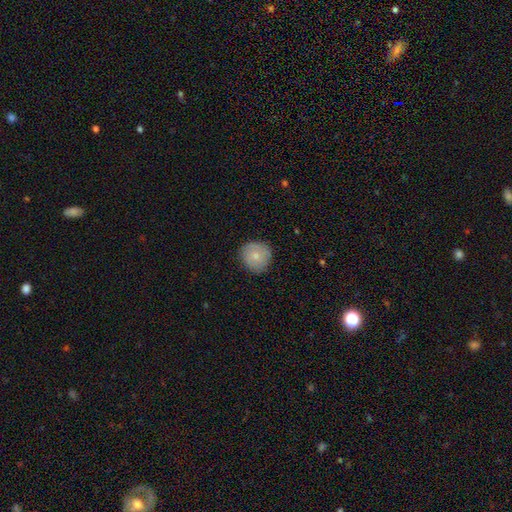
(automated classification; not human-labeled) smooth 75%, featured or disk 18%, star or artifact 7%. Down the decision tree: how rounded — round (93%); merging — none (84%).